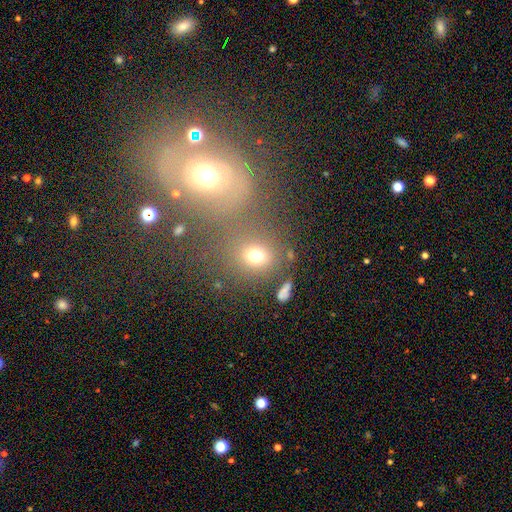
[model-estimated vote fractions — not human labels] A smooth galaxy with no disk features (68%) that is round (70%). Merging: none (70%).